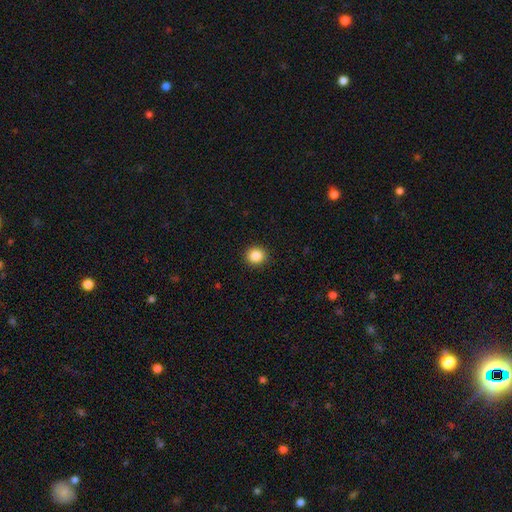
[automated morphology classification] smooth-or-featured: smooth: 87% | star or artifact: 10% | featured or disk: 3%
  how-rounded: round: 87% | in between: 12% | cigar-shaped: 1%
  merging: none: 92% | minor disturbance: 5% | major disturbance: 2% | merger: 1%